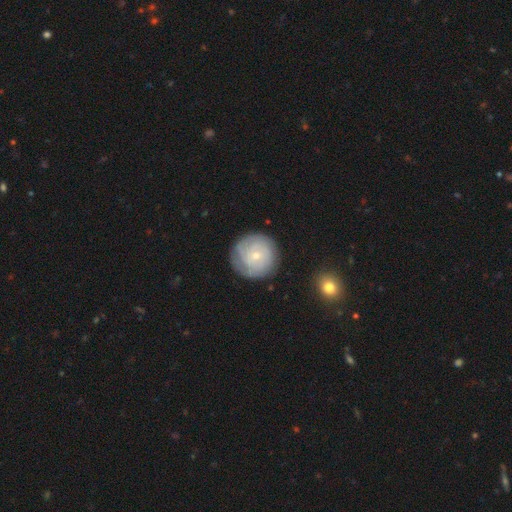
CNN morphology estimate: A featured or disk galaxy (57%) with no bar (74%), spiral arms (82%) and a small central bulge (74%).

Vote fractions:
- Smooth or featured? featured or disk: 57% / smooth: 37% / star or artifact: 7%
- Edge-on disk? no: 98% / yes: 2%
- Bar? no: 74% / weak: 23% / strong: 3%
- Spiral arms? yes: 82% / no: 18%
- Bulge size? small: 74% / moderate: 22% / none: 2% / large: 1% / dominant: 1%
- Merging? none: 80% / minor disturbance: 14% / major disturbance: 4% / merger: 2%